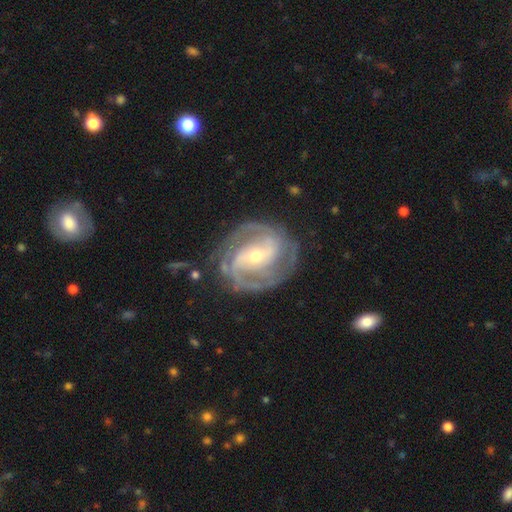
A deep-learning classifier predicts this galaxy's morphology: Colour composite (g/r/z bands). It shows a featured or disk galaxy (90%) with a weak bar (39%), 2 (62%) tight (48%) spiral arms (97%) and a moderate central bulge (49%). Merging: none (76%).